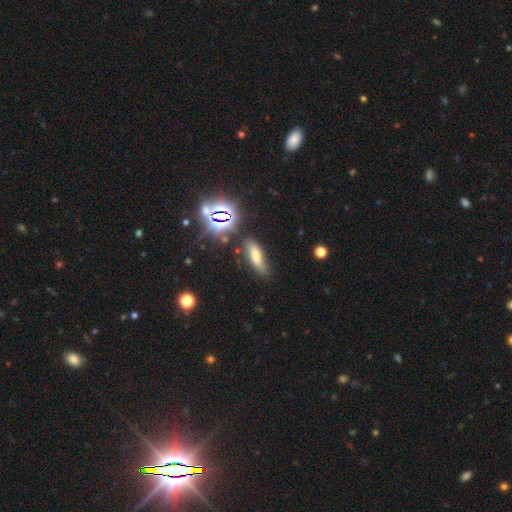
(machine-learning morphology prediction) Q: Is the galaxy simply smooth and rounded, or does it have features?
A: smooth — 59%.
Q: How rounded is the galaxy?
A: in between — 49%.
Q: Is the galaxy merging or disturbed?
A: none — 71%.